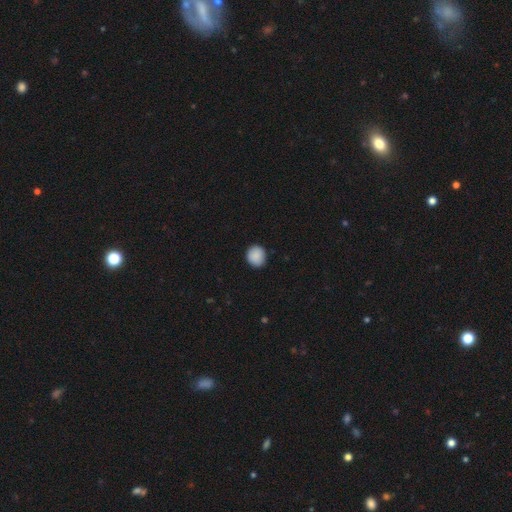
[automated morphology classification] Q: Smooth or featured?
A: smooth (90%); runner-up: star or artifact (7%)
Q: How rounded?
A: round (87%); runner-up: in between (12%)
Q: Merging?
A: none (90%); runner-up: minor disturbance (8%)